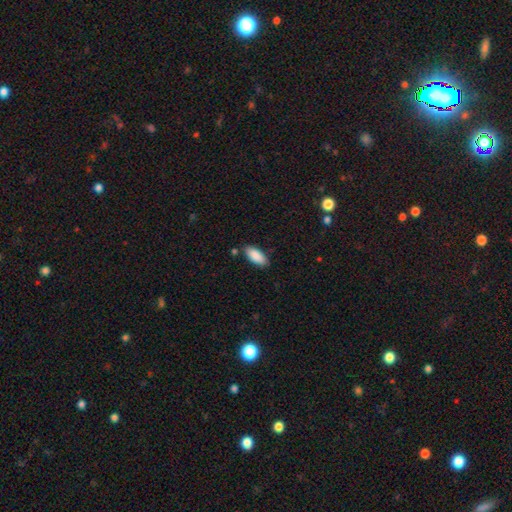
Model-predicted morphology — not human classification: type=smooth (89%); roundness=in between (87%); merging=none (83%).